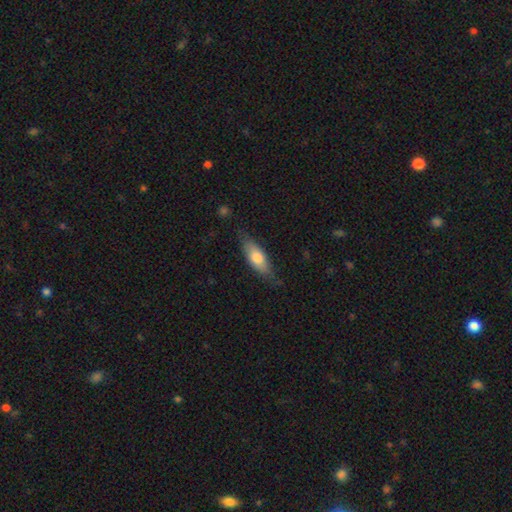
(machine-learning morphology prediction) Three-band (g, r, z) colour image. It shows a smooth galaxy with no disk features (69%) that is in between round and cigar-shaped (66%). Merging: none (75%).